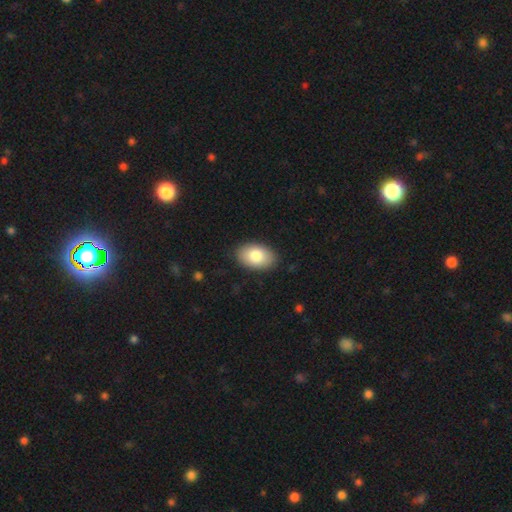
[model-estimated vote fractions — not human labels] This is clearly a smooth galaxy (82%). How rounded: clearly in between (91%). Merging: clearly none (88%).